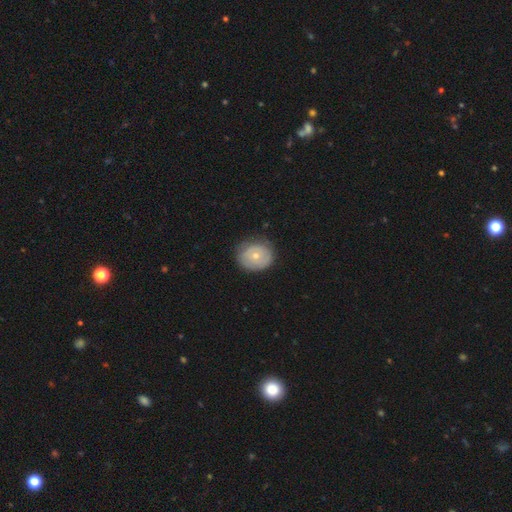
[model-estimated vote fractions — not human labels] Smooth or featured? Predicted: smooth (p=0.53). How rounded? Predicted: round (p=0.70). Merging? Predicted: none (p=0.72).